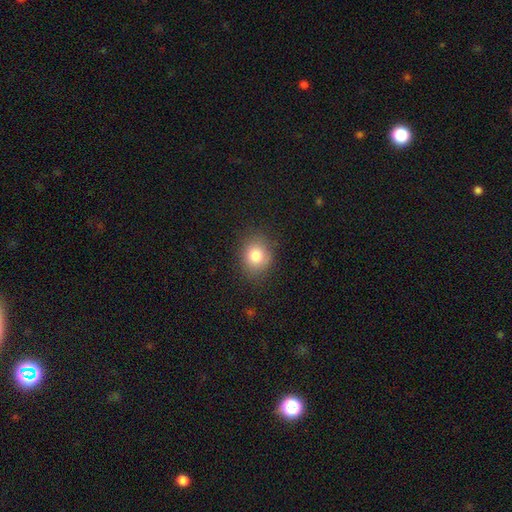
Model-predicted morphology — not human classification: Smooth or featured? smooth (82%)
How rounded? round (65%)
Merging? none (83%)